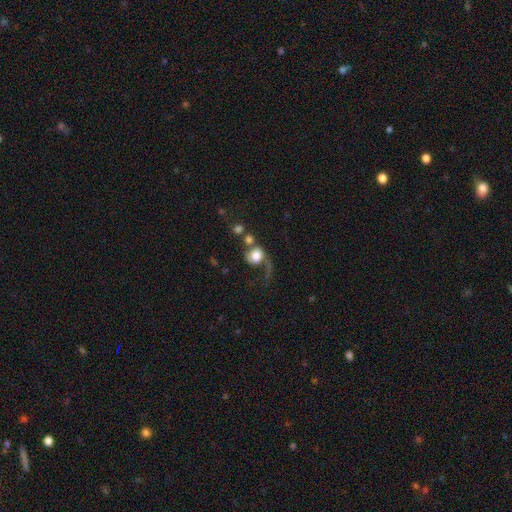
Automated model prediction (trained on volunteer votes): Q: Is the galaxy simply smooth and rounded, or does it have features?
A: smooth — 60%.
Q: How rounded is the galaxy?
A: round — 71%.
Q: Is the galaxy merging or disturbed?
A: major disturbance — 40%.